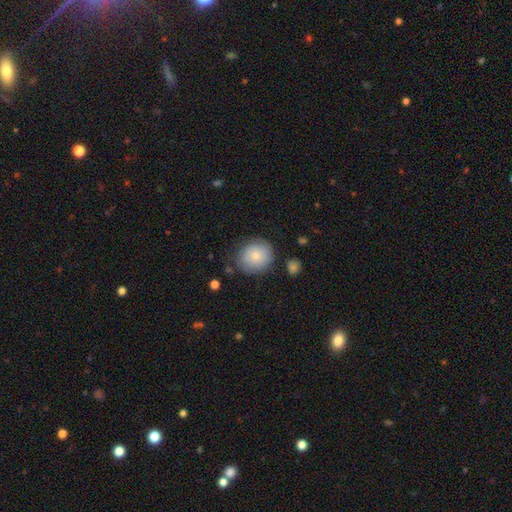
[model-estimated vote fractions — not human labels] Morphology: type=smooth (75%); roundness=round (82%); merging=none (76%).